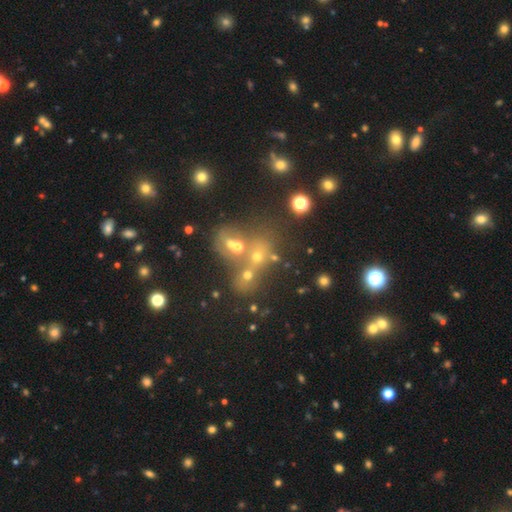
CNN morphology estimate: Overall: smooth (48%; star or artifact 33%). Merging: merger (48%; none 37%).